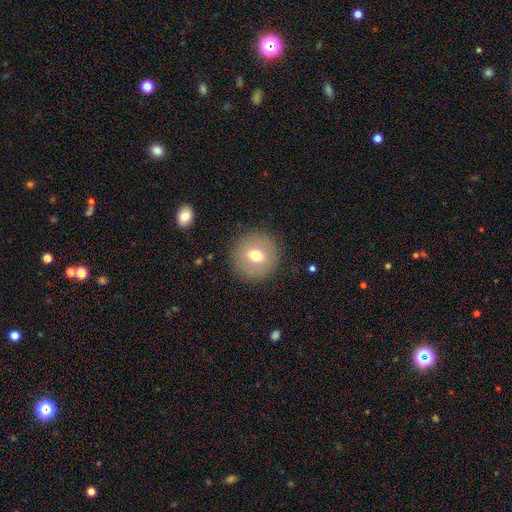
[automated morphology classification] Smooth or featured? smooth (66%)
How rounded? round (94%)
Merging? none (88%)